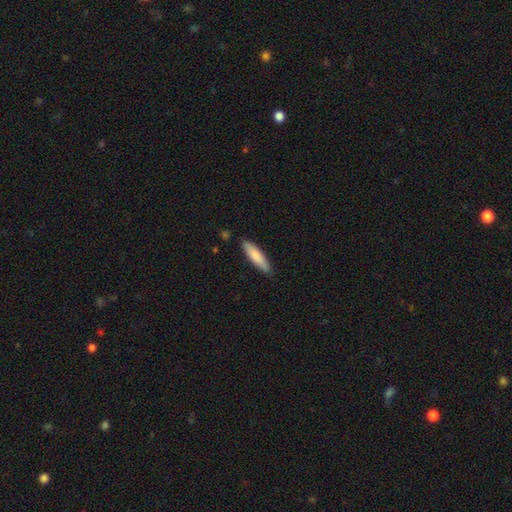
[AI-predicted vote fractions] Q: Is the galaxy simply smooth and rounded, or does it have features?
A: smooth — 82%.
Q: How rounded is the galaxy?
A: cigar-shaped — 69%.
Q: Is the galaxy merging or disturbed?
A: none — 85%.